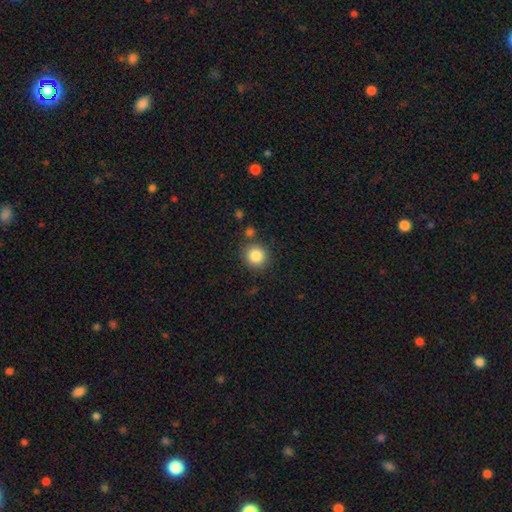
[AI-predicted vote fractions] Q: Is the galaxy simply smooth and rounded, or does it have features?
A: smooth — 85%.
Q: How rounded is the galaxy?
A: round — 91%.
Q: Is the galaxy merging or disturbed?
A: none — 83%.